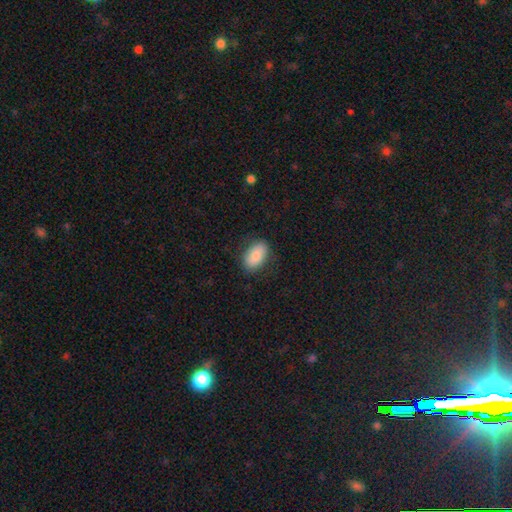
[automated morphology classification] Overall: smooth (82%). How rounded: in between (92%). Merging: none (81%).